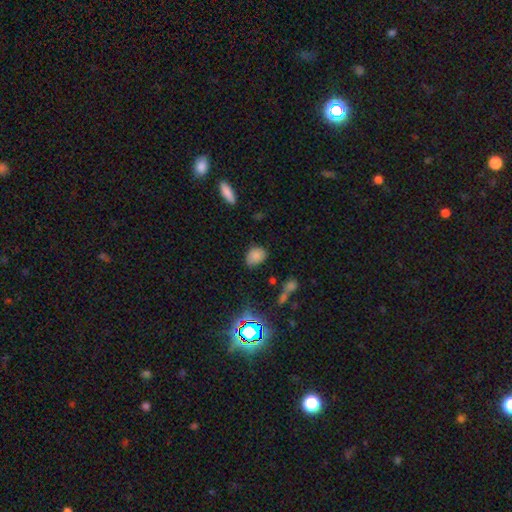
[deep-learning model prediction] Overall: smooth (77%). How rounded: in between (66%; round 32%). Merging: none (75%).